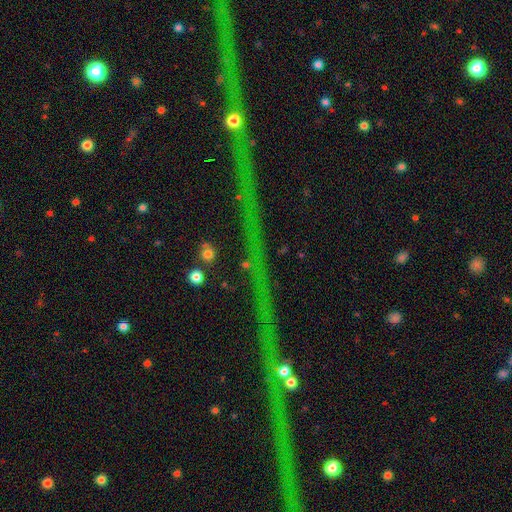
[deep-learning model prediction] Overall: star or artifact (80%).